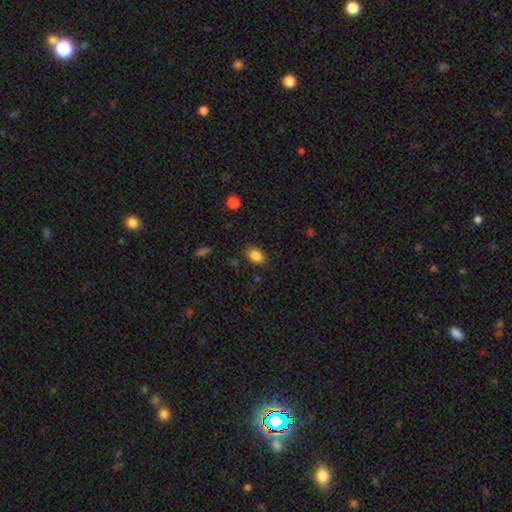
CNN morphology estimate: Q: Smooth or featured?
A: smooth (86%); runner-up: star or artifact (10%)
Q: How rounded?
A: in between (75%); runner-up: round (24%)
Q: Merging?
A: none (80%); runner-up: minor disturbance (14%)